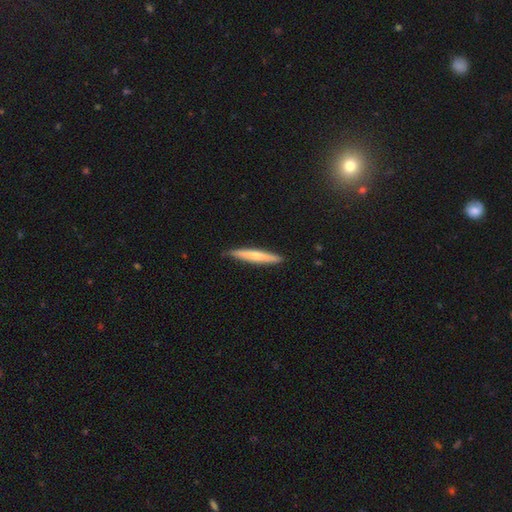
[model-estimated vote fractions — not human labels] Smooth or featured? Predicted: smooth (p=0.60). How rounded? Predicted: cigar-shaped (p=0.94). Merging? Predicted: none (p=0.89).